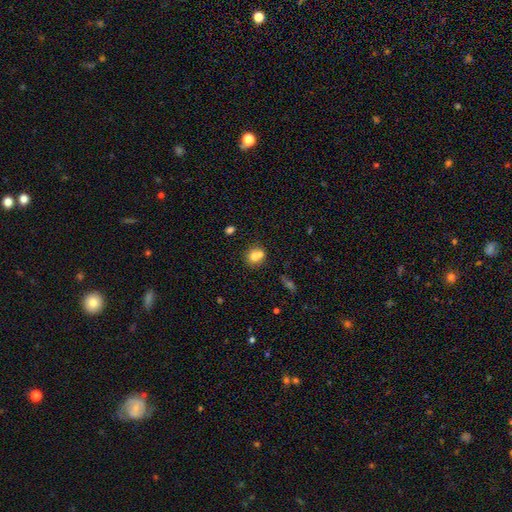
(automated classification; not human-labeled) Smooth or featured? Predicted: smooth (p=0.74). How rounded? Predicted: round (p=0.76). Merging? Predicted: merger (p=0.46).